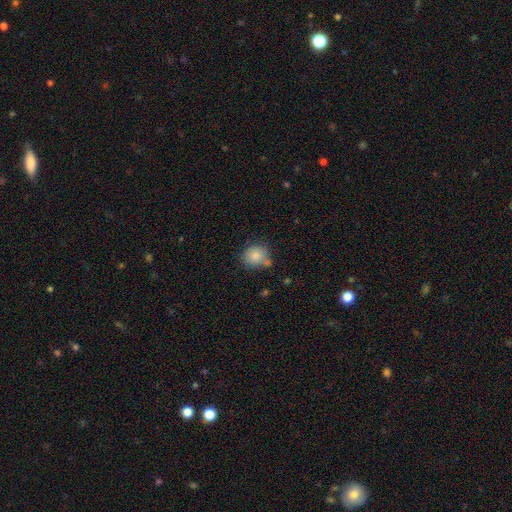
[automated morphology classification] Overall: smooth (84%). How rounded: round (75%). Merging: none (64%).